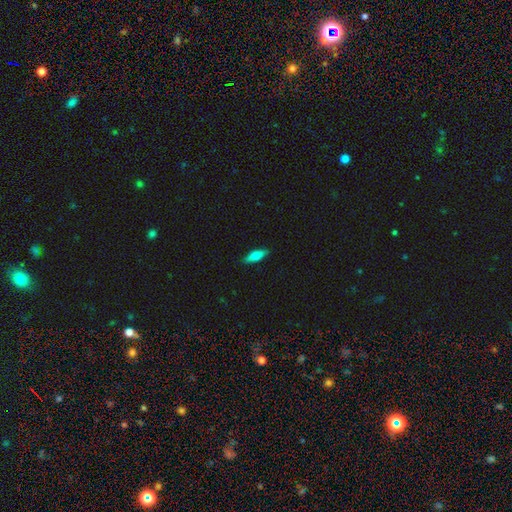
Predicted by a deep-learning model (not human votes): smooth 66%, featured or disk 28%, star or artifact 6%. Down the decision tree: how rounded — cigar-shaped (51%); merging — none (88%).